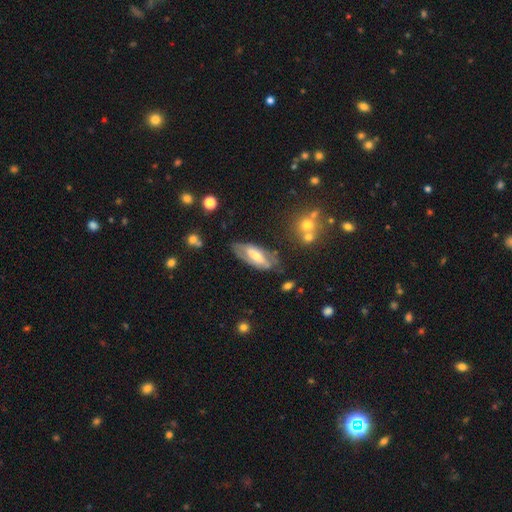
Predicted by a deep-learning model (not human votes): Smooth or featured? Predicted: featured or disk (p=0.58). Edge-on disk? Predicted: no (p=0.81). Merging? Predicted: none (p=0.68).